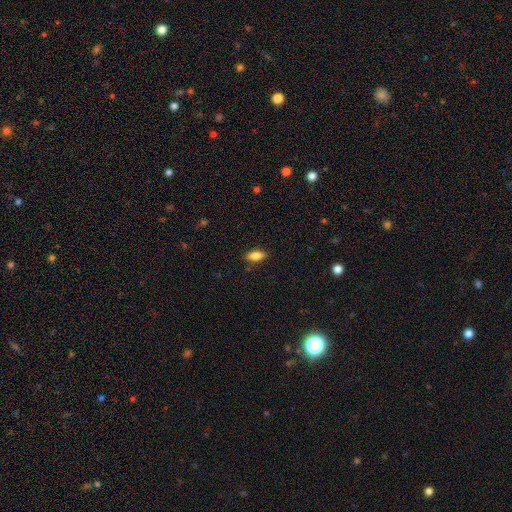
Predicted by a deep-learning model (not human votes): Morphology: type=smooth (82%); roundness=in between (83%); merging=none (86%).